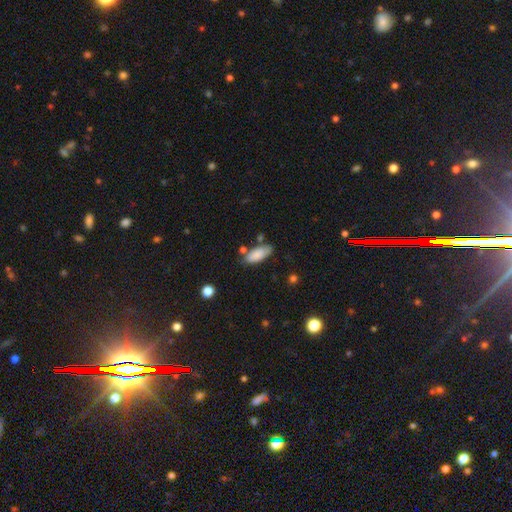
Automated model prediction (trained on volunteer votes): smooth-or-featured: smooth: 85% | featured or disk: 8% | star or artifact: 7%
  how-rounded: in between: 84% | cigar-shaped: 15% | round: 2%
  merging: none: 68% | minor disturbance: 20% | merger: 7% | major disturbance: 5%